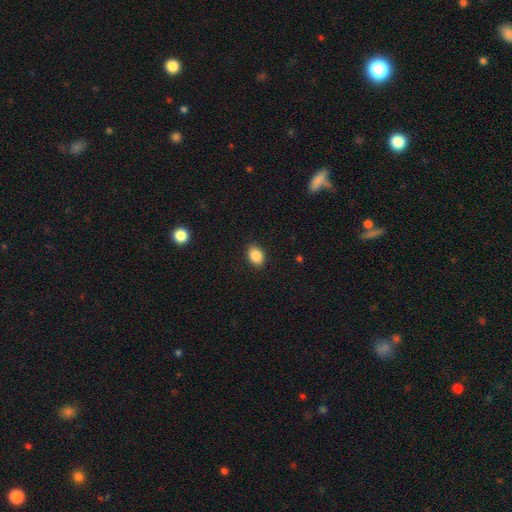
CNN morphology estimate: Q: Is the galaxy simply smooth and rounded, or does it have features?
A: smooth — 88%.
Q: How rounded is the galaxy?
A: in between — 75%.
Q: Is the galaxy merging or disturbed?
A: none — 89%.